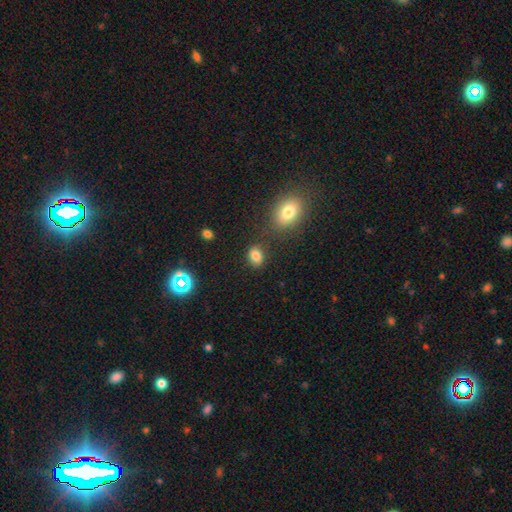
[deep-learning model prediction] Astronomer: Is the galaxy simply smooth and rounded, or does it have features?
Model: smooth — 81%.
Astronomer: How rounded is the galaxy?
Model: in between — 64%.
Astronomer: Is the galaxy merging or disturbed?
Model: none — 78%.